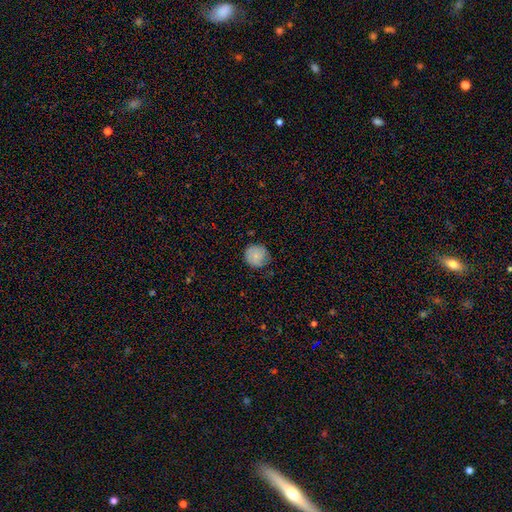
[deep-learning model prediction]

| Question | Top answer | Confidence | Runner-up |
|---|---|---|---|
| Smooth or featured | smooth | 76% | featured or disk (16%) |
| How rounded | round | 90% | in between (9%) |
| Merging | none | 72% | minor disturbance (23%) |